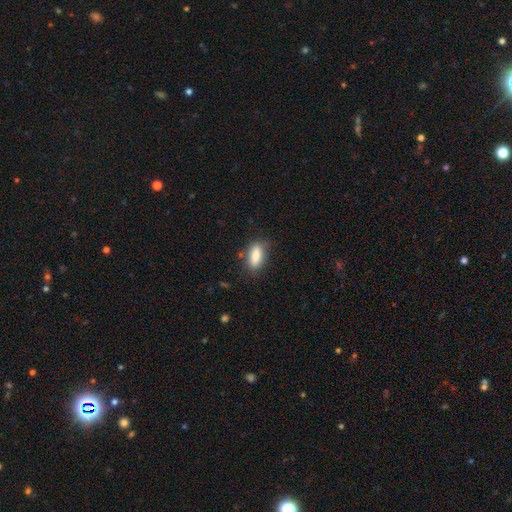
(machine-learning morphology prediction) Smooth or featured: smooth — 84% (featured or disk — 9%)
How rounded: in between — 77% (cigar-shaped — 20%)
Merging: none — 77% (minor disturbance — 17%)